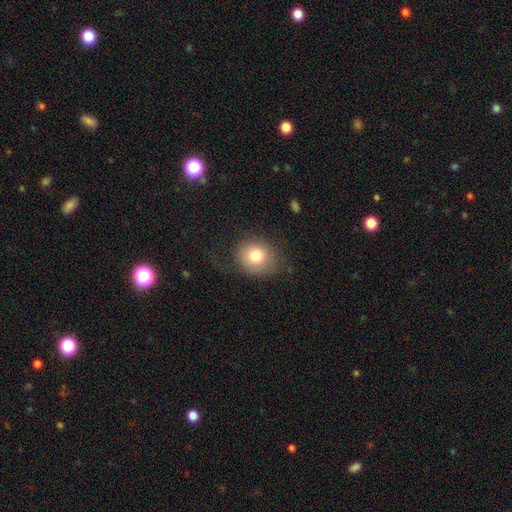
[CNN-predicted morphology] This appears to be a smooth galaxy with no disk features (77%) that is round (69%). Merging: none (70%).